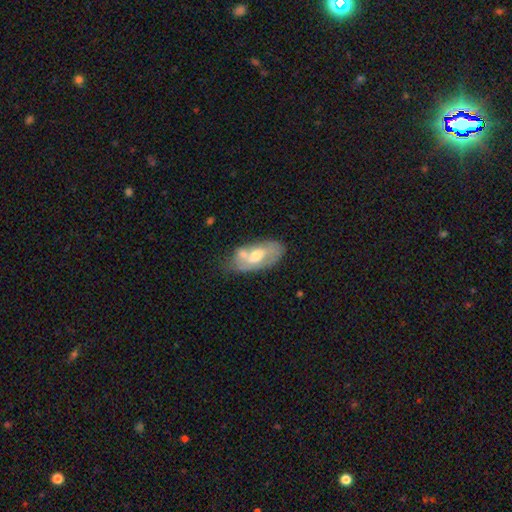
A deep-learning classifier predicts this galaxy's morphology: Smooth or featured? Predicted: featured or disk (p=0.53). Edge-on disk? Predicted: no (p=0.88). Merging? Predicted: none (p=0.47).